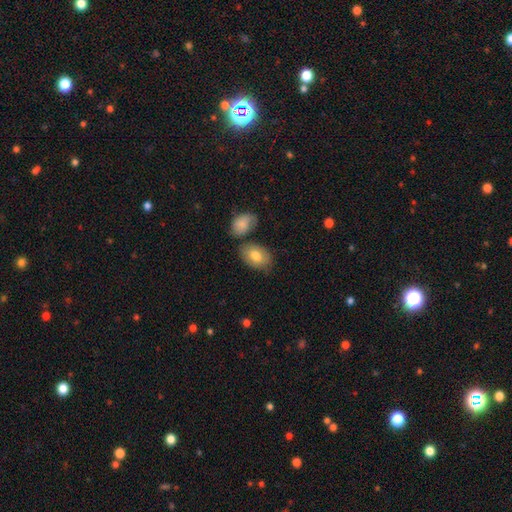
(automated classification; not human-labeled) The model was most divided on "merging": none: 66%, minor disturbance: 17%, merger: 12%, major disturbance: 5%. More confident: how rounded — in between (87%); smooth or featured — smooth (78%).